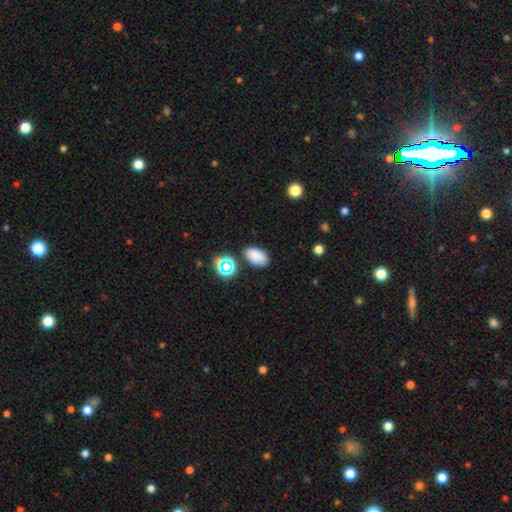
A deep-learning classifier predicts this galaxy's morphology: Q: Smooth or featured?
A: smooth (80%); runner-up: star or artifact (13%)
Q: How rounded?
A: in between (91%); runner-up: round (7%)
Q: Merging?
A: none (79%); runner-up: minor disturbance (13%)